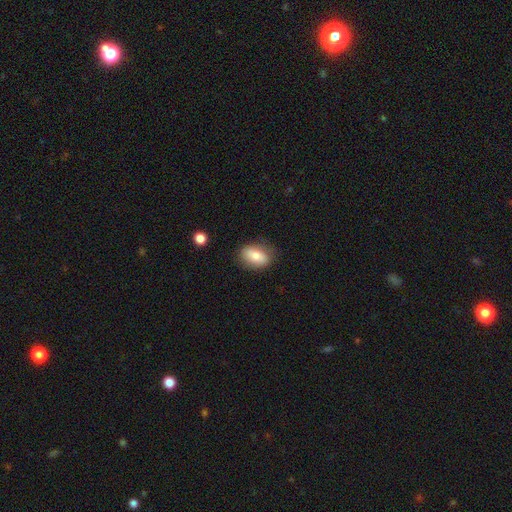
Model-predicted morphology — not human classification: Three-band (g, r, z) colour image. It shows a smooth galaxy with no disk features (76%) that is in between round and cigar-shaped (84%). Merging: none (79%).